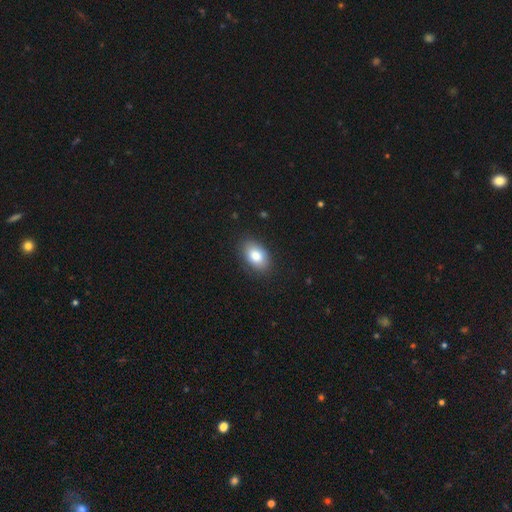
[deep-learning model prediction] This appears to be a smooth galaxy with no disk features (85%) that is in between round and cigar-shaped (89%). Merging: none (84%).